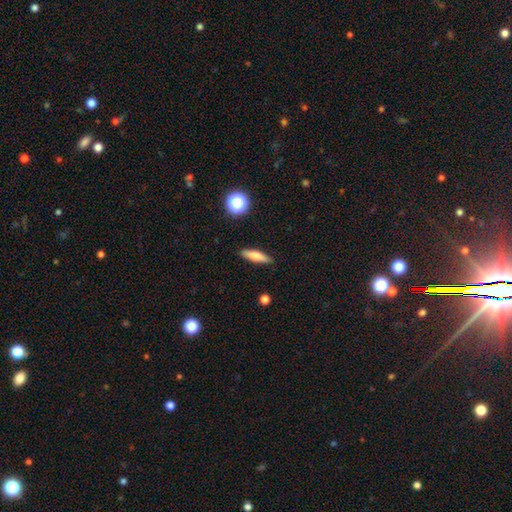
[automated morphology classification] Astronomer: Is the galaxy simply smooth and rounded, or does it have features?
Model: smooth — 71%.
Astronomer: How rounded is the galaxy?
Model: cigar-shaped — 69%.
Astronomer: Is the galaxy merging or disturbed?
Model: none — 88%.